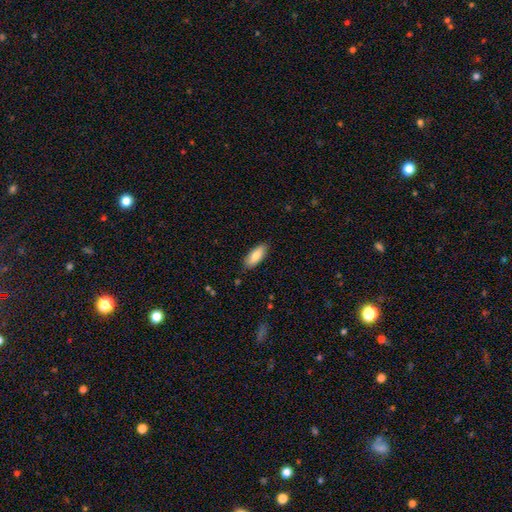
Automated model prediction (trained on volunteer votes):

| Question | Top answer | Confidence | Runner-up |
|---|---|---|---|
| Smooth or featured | smooth | 84% | featured or disk (10%) |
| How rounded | in between | 80% | cigar-shaped (18%) |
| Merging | none | 87% | minor disturbance (10%) |